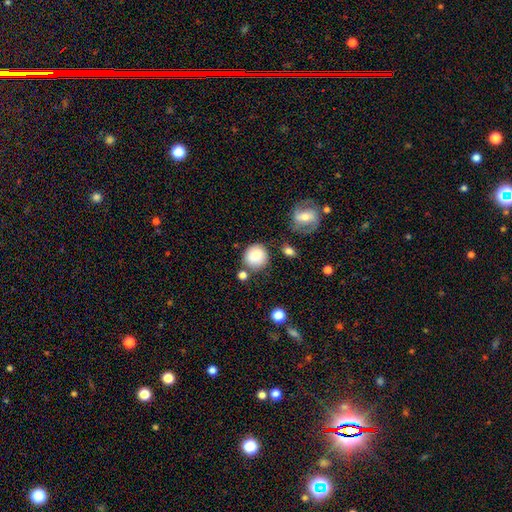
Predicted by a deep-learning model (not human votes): A smooth galaxy with no disk features (84%) that is round (90%). Merging: none (73%).